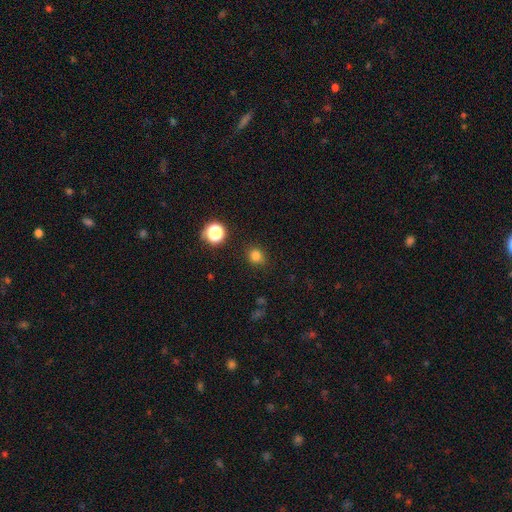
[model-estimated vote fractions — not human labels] Smooth or featured? Predicted: smooth (p=0.80). How rounded? Predicted: round (p=0.77). Merging? Predicted: none (p=0.86).